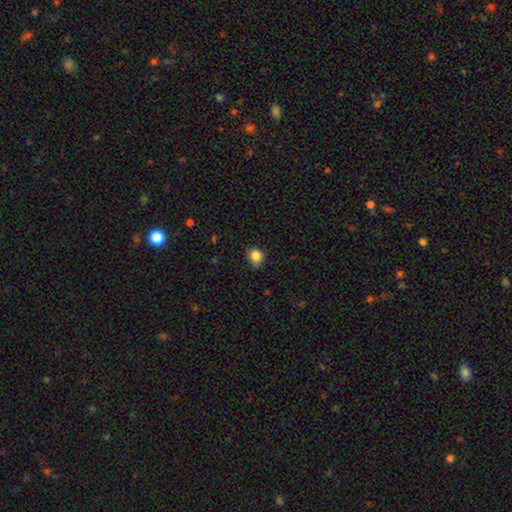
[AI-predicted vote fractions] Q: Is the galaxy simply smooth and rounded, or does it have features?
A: smooth — 84%.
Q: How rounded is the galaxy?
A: round — 70%.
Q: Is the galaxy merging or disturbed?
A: none — 72%.